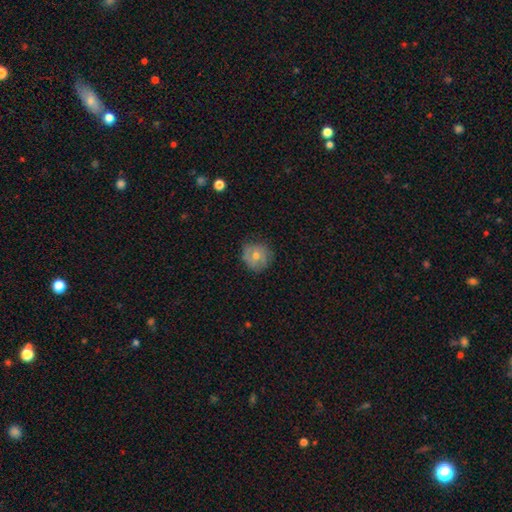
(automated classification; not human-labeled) The model was most divided on "smooth or featured": smooth: 57%, featured or disk: 35%, star or artifact: 8%. More confident: how rounded — round (86%); merging — none (73%).